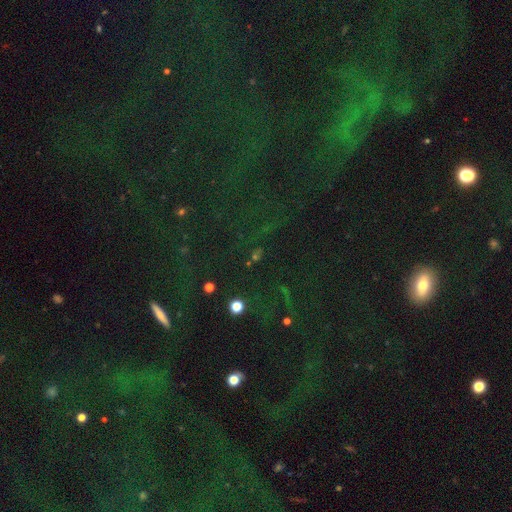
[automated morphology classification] smooth-or-featured: star or artifact: 66% | smooth: 23% | featured or disk: 11%